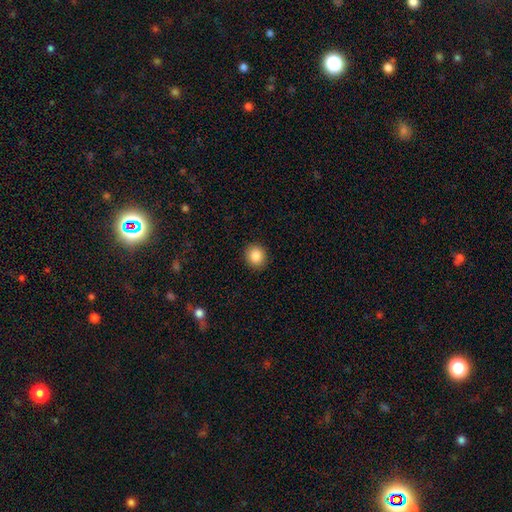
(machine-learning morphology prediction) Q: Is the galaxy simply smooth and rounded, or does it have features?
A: smooth — 87%.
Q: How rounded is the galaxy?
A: round — 81%.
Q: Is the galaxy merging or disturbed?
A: none — 91%.